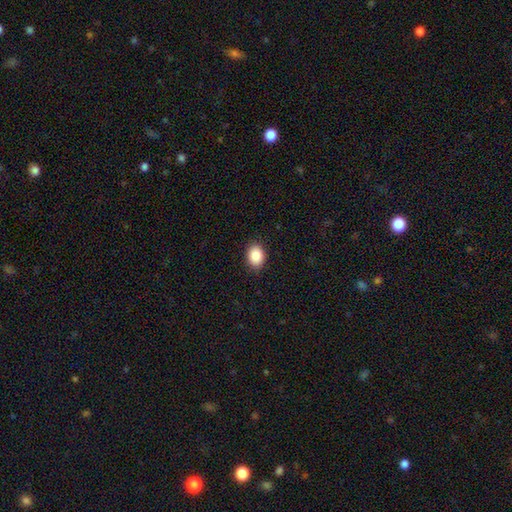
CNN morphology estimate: The model was most divided on "how rounded": in between: 69%, round: 30%, cigar-shaped: 1%. More confident: smooth or featured — smooth (88%); merging — none (88%).